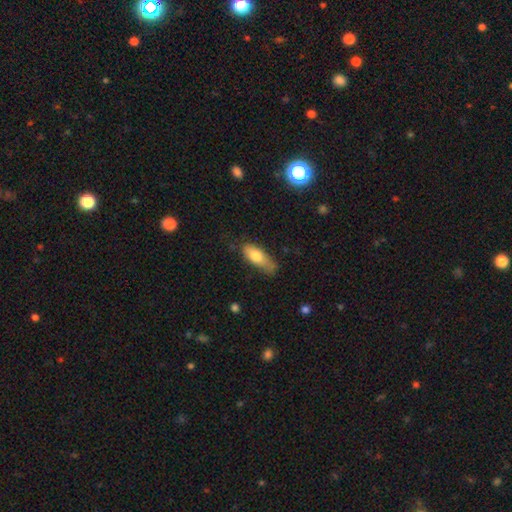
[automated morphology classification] Overall: smooth (76%). How rounded: in between (69%; cigar-shaped 29%). Merging: none (55%; minor disturbance 33%).